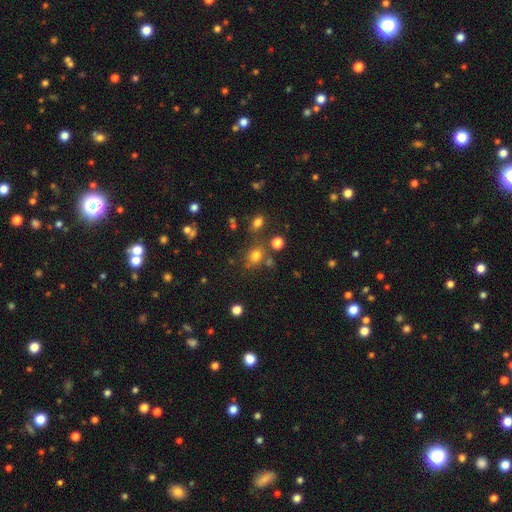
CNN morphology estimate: smooth 74%, star or artifact 18%, featured or disk 8%. Down the decision tree: how rounded — round (63%); merging — none (68%).